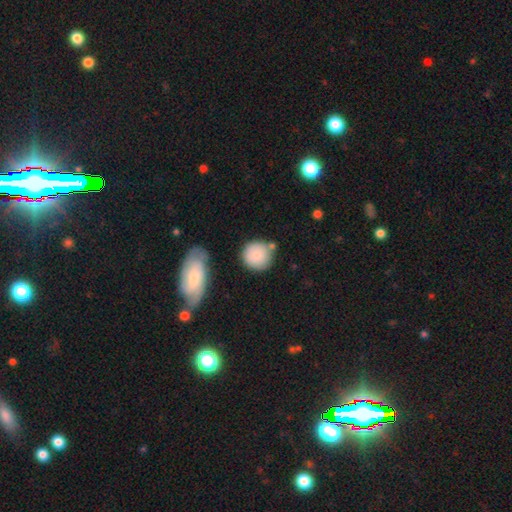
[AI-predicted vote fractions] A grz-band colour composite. It shows a smooth galaxy with no disk features (86%) that is round (90%). Merging: none (68%).